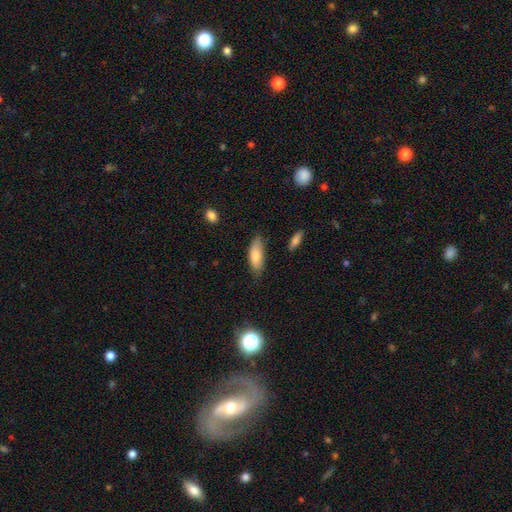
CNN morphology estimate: smooth-or-featured: smooth: 80% | featured or disk: 13% | star or artifact: 6%
  how-rounded: in between: 73% | cigar-shaped: 25% | round: 2%
  merging: none: 70% | minor disturbance: 24% | major disturbance: 4% | merger: 2%